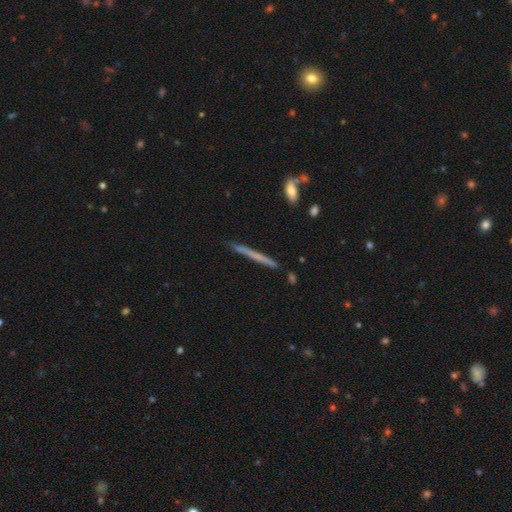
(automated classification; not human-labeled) smooth-or-featured: smooth: 49% | featured or disk: 45% | star or artifact: 6%
  merging: none: 87% | minor disturbance: 9% | merger: 2% | major disturbance: 2%